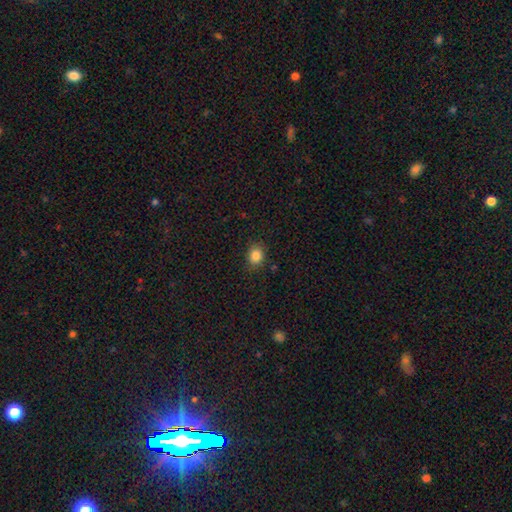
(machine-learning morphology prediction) type=smooth (84%); roundness=round (61%); merging=none (86%).